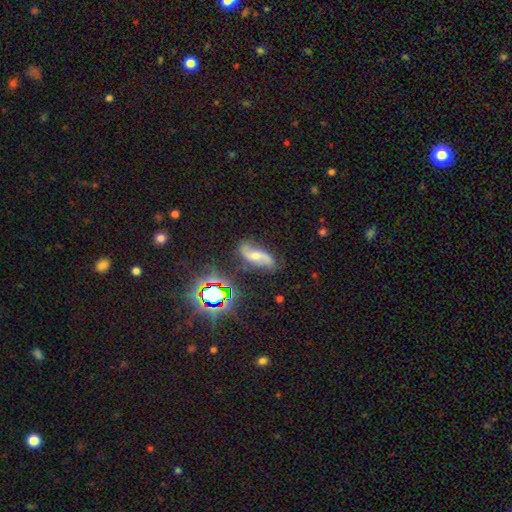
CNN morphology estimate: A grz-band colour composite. It shows a featured or disk galaxy (64%) with no bar (52%), 2 (90%) loose (70%) spiral arms (91%) and a moderate central bulge (51%). Merging: none (74%).